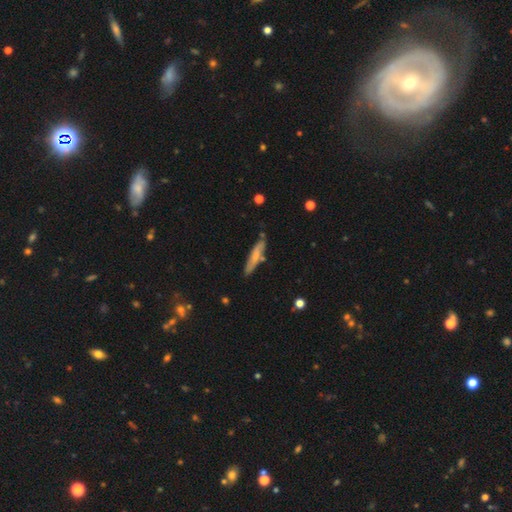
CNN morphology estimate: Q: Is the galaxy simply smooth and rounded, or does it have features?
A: smooth — 60%.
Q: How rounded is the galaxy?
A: cigar-shaped — 84%.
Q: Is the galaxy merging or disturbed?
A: none — 74%.